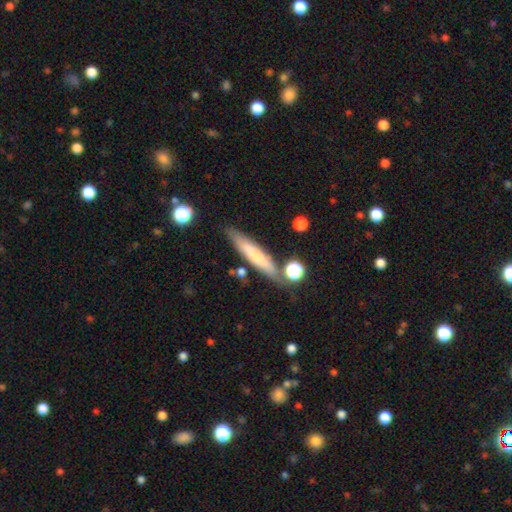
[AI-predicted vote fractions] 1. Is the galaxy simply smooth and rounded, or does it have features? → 64% smooth, 29% featured or disk, 7% star or artifact.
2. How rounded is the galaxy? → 88% cigar-shaped, 11% in between, 2% round.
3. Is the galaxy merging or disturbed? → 77% none, 13% minor disturbance, 7% merger, 3% major disturbance.